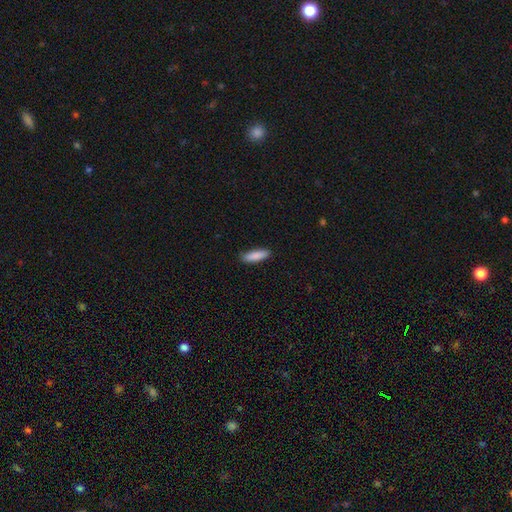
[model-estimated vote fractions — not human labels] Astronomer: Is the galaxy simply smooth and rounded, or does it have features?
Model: smooth — 88%.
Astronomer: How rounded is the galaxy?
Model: cigar-shaped — 60% (runner-up: in between, 38%).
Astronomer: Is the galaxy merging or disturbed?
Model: none — 86%.